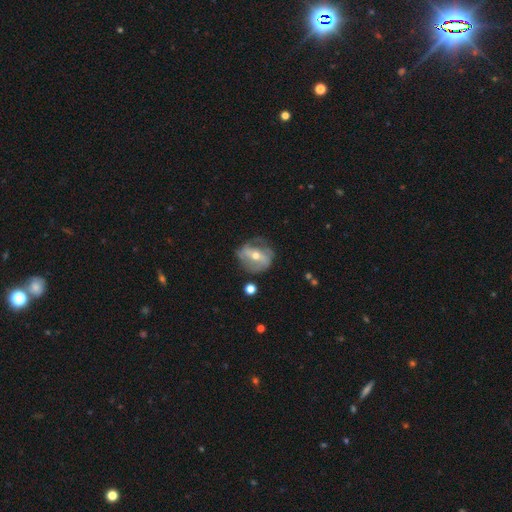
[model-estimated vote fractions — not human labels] This is likely a featured or disk galaxy (72%). It is clearly not viewed edge-on (93%). Bar: possibly strong (49%). Spiral arm pattern: likely yes (69%). Central bulge: possibly moderate (59%). Merging: likely none (64%).